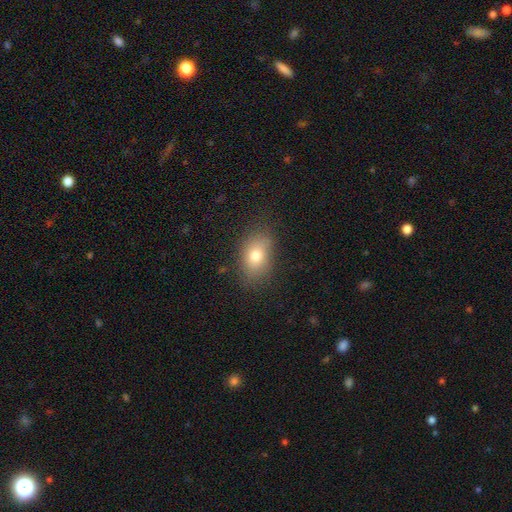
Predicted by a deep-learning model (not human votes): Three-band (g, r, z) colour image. It shows a smooth galaxy with no disk features (77%) that is in between round and cigar-shaped (83%). Merging: none (77%).